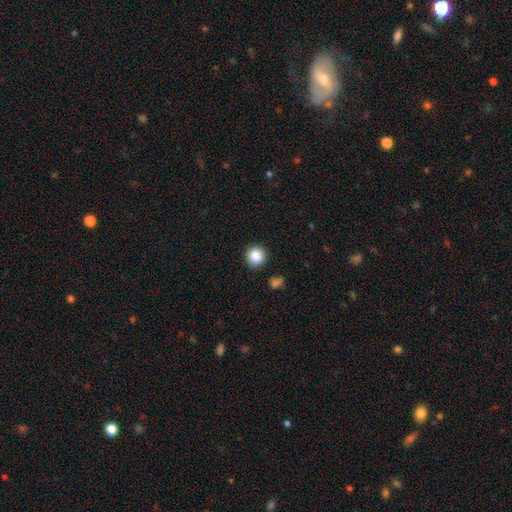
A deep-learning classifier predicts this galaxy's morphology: Q: Smooth or featured?
A: smooth (86%); runner-up: star or artifact (10%)
Q: How rounded?
A: round (92%); runner-up: in between (7%)
Q: Merging?
A: none (90%); runner-up: minor disturbance (6%)